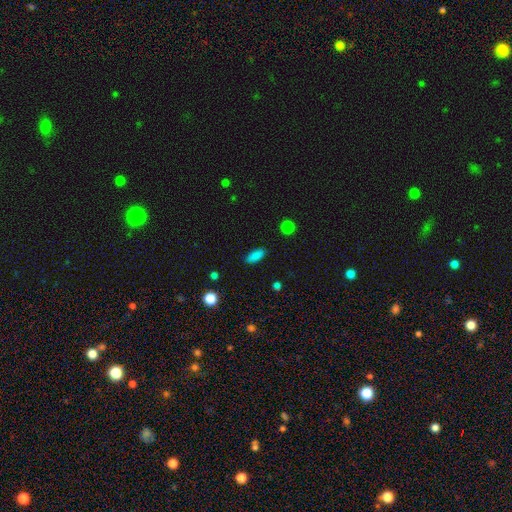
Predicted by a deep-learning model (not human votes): smooth 85%, star or artifact 9%, featured or disk 5%. Down the decision tree: how rounded — in between (82%); merging — none (87%).